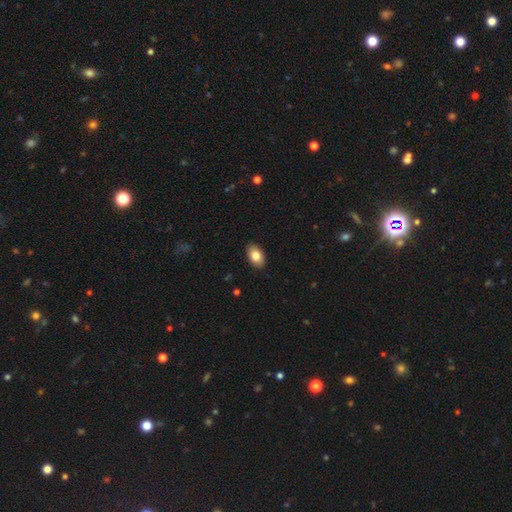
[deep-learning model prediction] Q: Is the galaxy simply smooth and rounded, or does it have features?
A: smooth — 83%.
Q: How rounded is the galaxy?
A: in between — 91%.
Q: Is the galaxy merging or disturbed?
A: none — 90%.